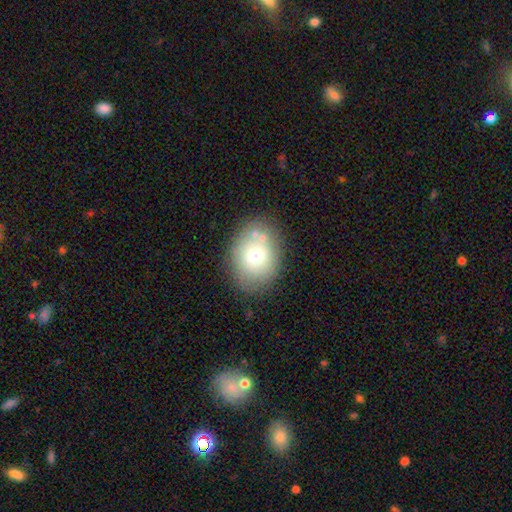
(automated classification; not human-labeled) A smooth galaxy with no disk features (68%) that is in between round and cigar-shaped (58%).

Vote fractions:
- Smooth or featured? smooth: 68% / featured or disk: 21% / star or artifact: 10%
- How rounded? in between: 58% / round: 41% / cigar-shaped: 1%
- Merging? none: 73% / minor disturbance: 14% / merger: 9% / major disturbance: 4%